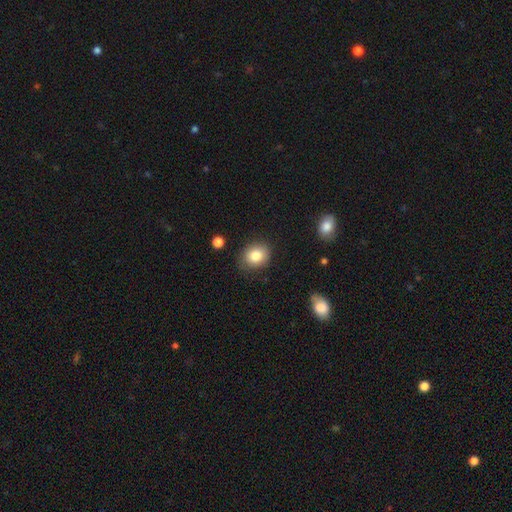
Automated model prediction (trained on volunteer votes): This appears to be a smooth galaxy with no disk features (84%) that is round (63%). Merging: none (83%).